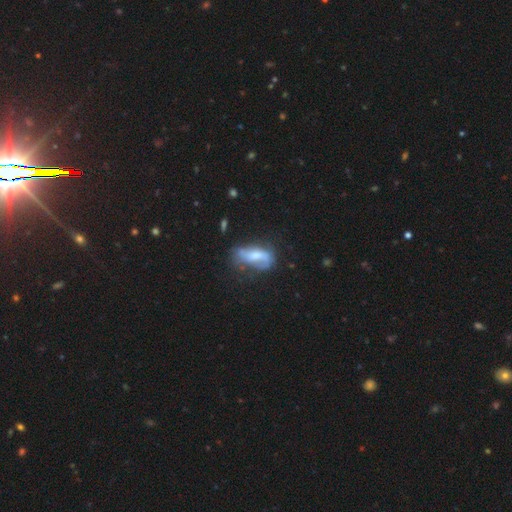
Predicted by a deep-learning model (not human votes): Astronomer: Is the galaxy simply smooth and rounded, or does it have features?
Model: featured or disk — 52% (runner-up: smooth, 40%).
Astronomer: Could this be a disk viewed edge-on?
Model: no — 90%.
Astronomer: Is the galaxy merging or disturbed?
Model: none — 43% (runner-up: minor disturbance, 29%).